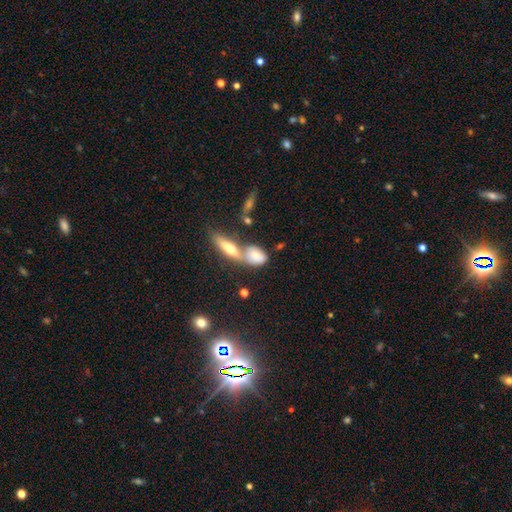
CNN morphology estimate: This is likely a smooth galaxy (71%). How rounded: likely in between (74%). Merging: possibly merger (46%).